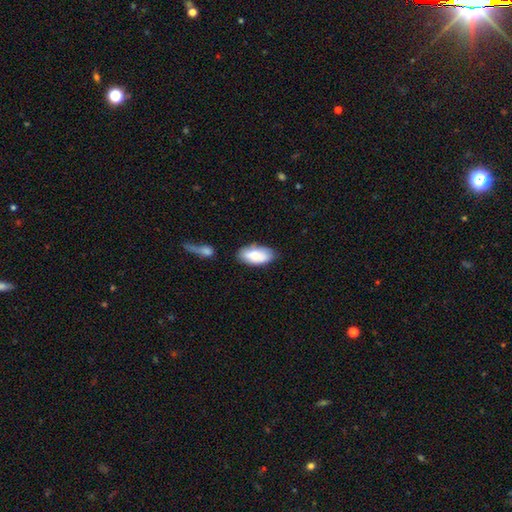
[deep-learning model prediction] Smooth or featured? smooth (78%)
How rounded? in between (93%)
Merging? none (69%)